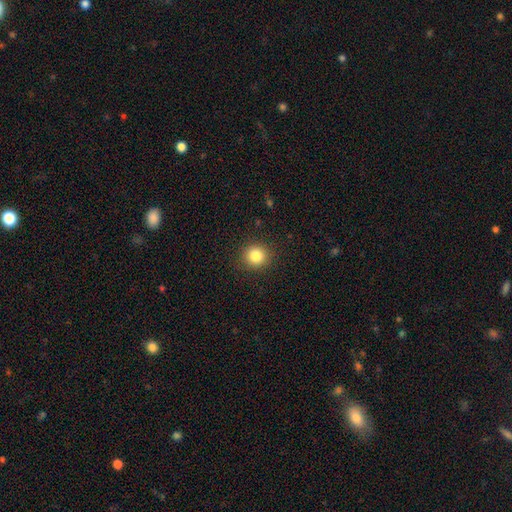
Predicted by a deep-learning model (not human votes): Smooth or featured? Predicted: smooth (p=0.83). How rounded? Predicted: round (p=0.91). Merging? Predicted: none (p=0.91).